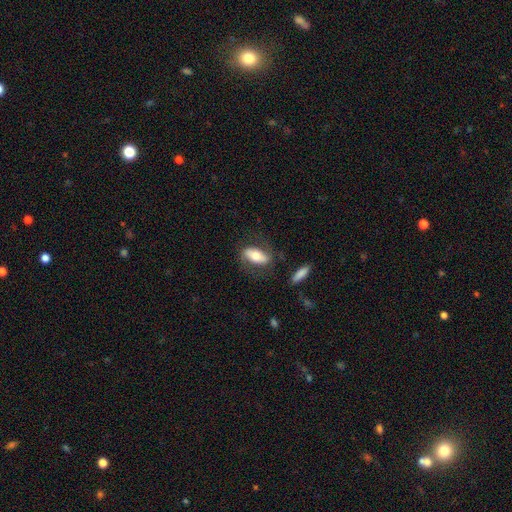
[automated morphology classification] smooth 53%, featured or disk 40%, star or artifact 6%. Down the decision tree: how rounded — in between (83%); merging — none (68%).